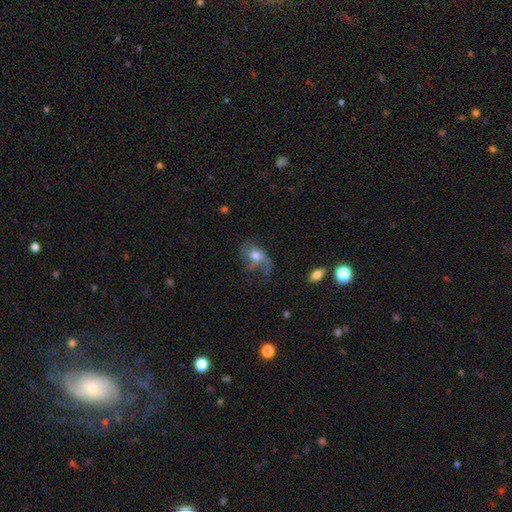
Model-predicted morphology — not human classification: smooth-or-featured: featured or disk: 55% | smooth: 37% | star or artifact: 8%
  disk-edge-on: no: 96% | yes: 4%
    bar: no: 74% | weak: 22% | strong: 4%
    has-spiral-arms: yes: 78% | no: 22%
    bulge-size: moderate: 62% | large: 21% | small: 12% | none: 3% | dominant: 2%
  merging: major disturbance: 38% | none: 36% | minor disturbance: 23% | merger: 3%